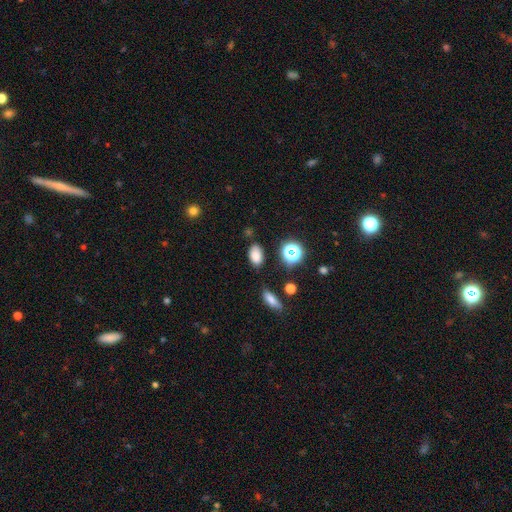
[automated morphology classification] Overall: smooth (79%). How rounded: in between (87%). Merging: none (79%).